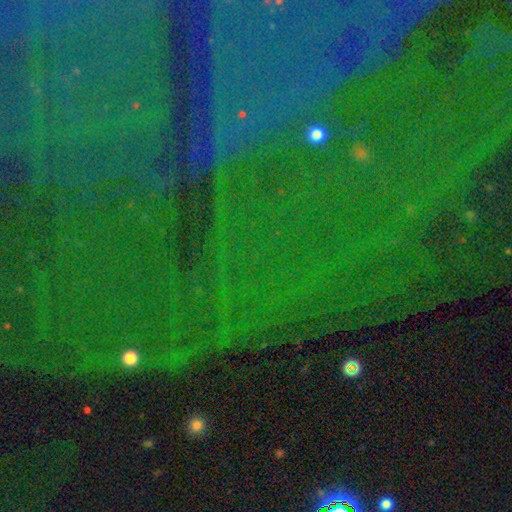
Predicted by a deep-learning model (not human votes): Overall: star or artifact (83%).